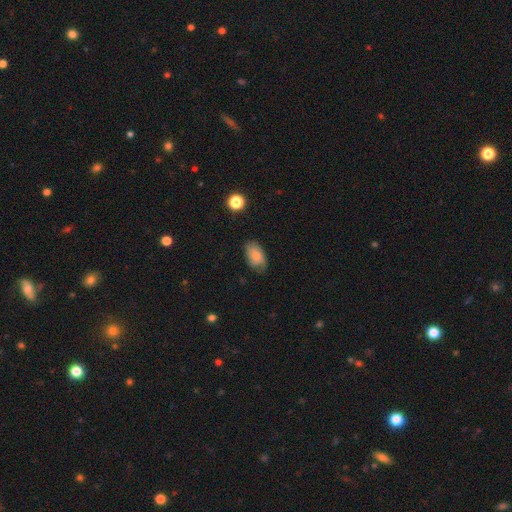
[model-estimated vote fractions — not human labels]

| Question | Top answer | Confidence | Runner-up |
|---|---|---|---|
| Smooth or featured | smooth | 76% | featured or disk (16%) |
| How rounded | in between | 92% | round (7%) |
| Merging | none | 64% | minor disturbance (27%) |